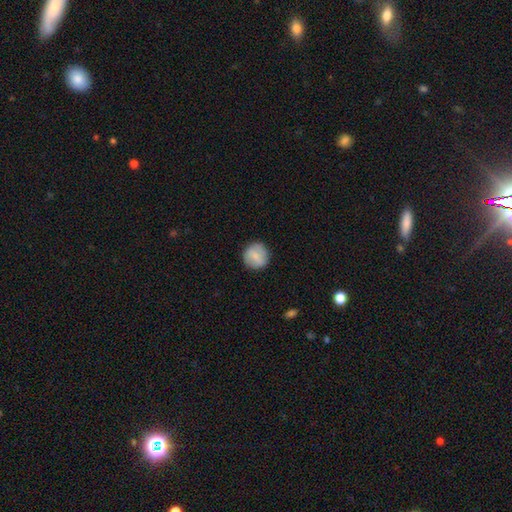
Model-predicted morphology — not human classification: type=smooth (75%); roundness=round (92%); merging=none (87%).